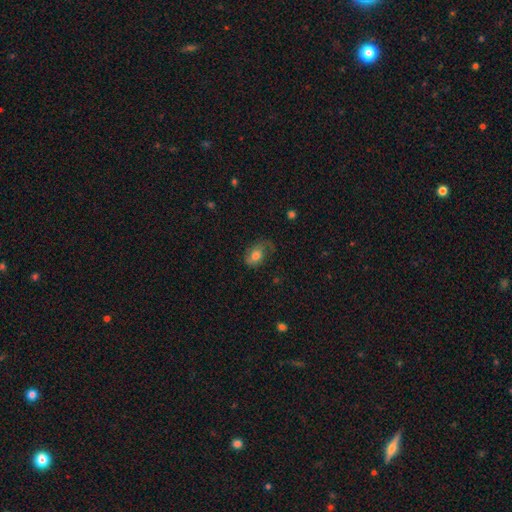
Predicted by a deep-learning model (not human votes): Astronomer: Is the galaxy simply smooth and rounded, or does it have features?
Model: smooth — 60%.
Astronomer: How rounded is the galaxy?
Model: in between — 80%.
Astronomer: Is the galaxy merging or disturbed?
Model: none — 46% (runner-up: minor disturbance, 28%).